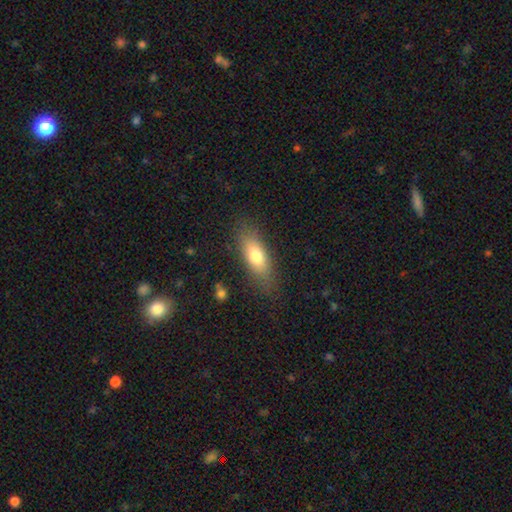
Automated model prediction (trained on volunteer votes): Smooth or featured? Predicted: smooth (p=0.74). How rounded? Predicted: in between (p=0.71). Merging? Predicted: none (p=0.79).